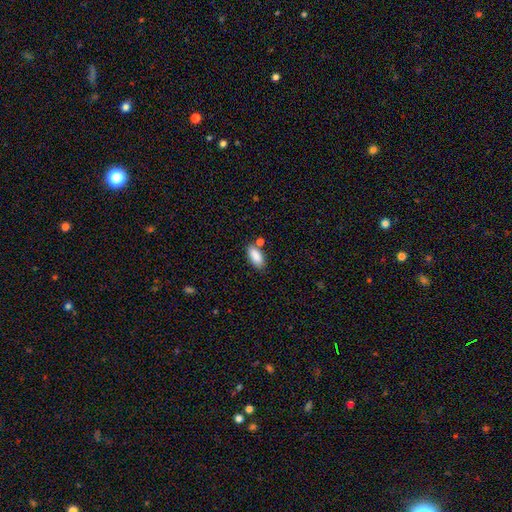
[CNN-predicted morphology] smooth 88%, star or artifact 7%, featured or disk 5%. Down the decision tree: how rounded — in between (89%); merging — none (73%).